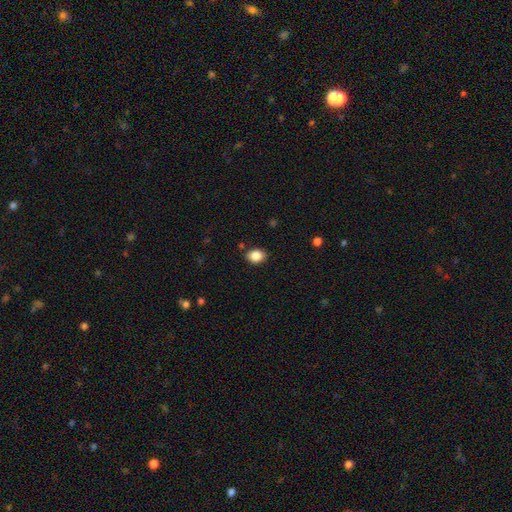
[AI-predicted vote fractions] Overall: smooth (86%). How rounded: in between (62%; round 37%). Merging: none (85%).